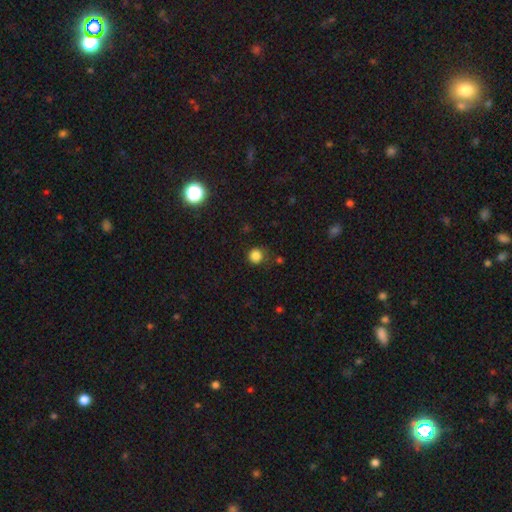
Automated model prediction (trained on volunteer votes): The model was most divided on "merging": none: 77%, minor disturbance: 15%, major disturbance: 5%, merger: 2%. More confident: how rounded — round (92%); smooth or featured — smooth (84%).